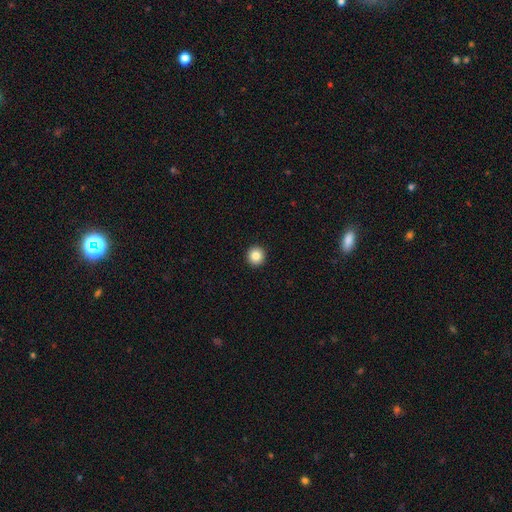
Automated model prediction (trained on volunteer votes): A smooth galaxy with no disk features (85%) that is round (95%). Merging: none (94%).